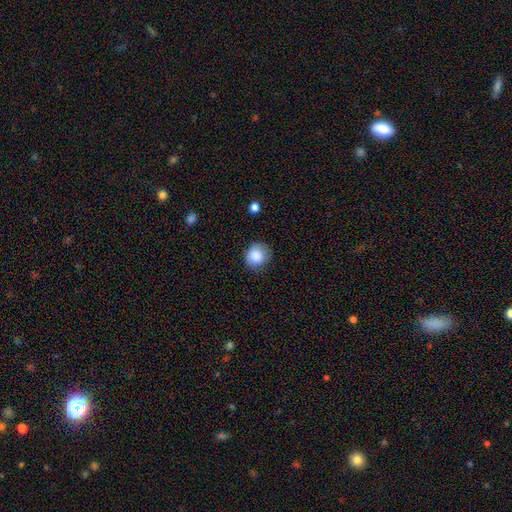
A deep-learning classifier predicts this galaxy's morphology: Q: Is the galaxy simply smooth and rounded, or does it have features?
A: smooth — 86%.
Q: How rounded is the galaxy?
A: round — 84%.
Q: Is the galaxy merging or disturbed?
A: none — 73%.